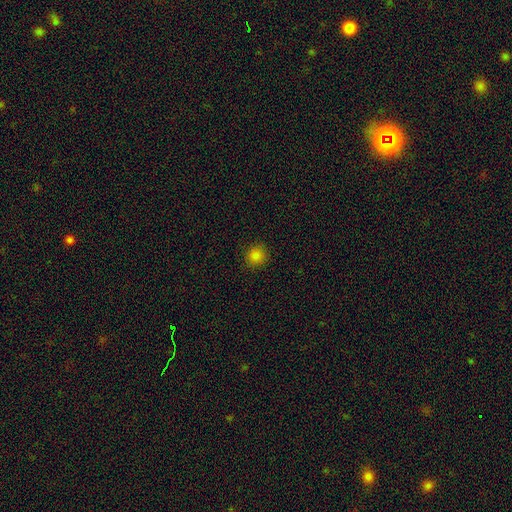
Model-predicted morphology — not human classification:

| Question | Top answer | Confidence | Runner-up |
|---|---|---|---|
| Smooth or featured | smooth | 82% | star or artifact (14%) |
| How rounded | round | 90% | in between (9%) |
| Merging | none | 91% | minor disturbance (6%) |